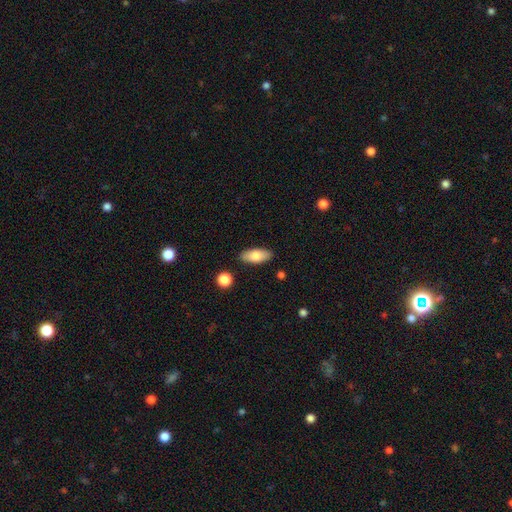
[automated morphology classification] smooth_or_featured: smooth (p=0.80) [alt: featured or disk p=0.14]
how_rounded: in between (p=0.85) [alt: cigar-shaped p=0.12]
merging: none (p=0.86) [alt: minor disturbance p=0.09]